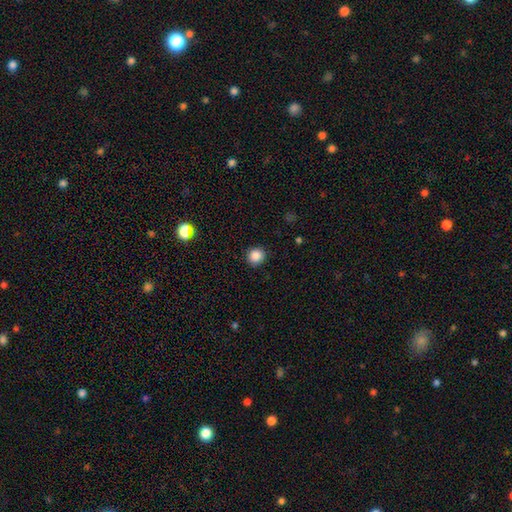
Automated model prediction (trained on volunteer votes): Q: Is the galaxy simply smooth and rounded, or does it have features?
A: smooth — 86%.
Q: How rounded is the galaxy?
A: round — 92%.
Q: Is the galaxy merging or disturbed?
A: none — 91%.